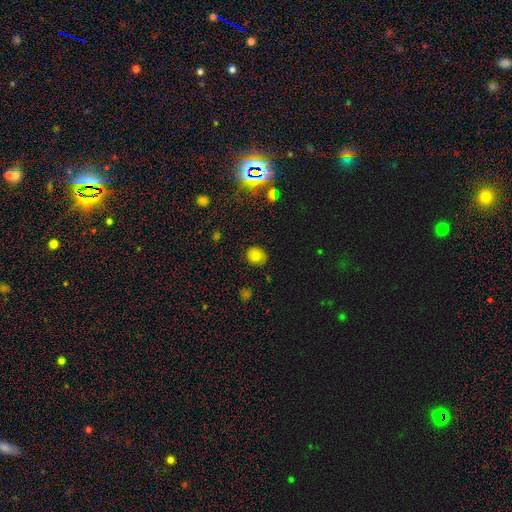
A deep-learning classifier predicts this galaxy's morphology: smooth_or_featured: smooth (p=0.66) [alt: star or artifact p=0.20]
how_rounded: round (p=0.81) [alt: in between p=0.18]
merging: none (p=0.83) [alt: minor disturbance p=0.12]